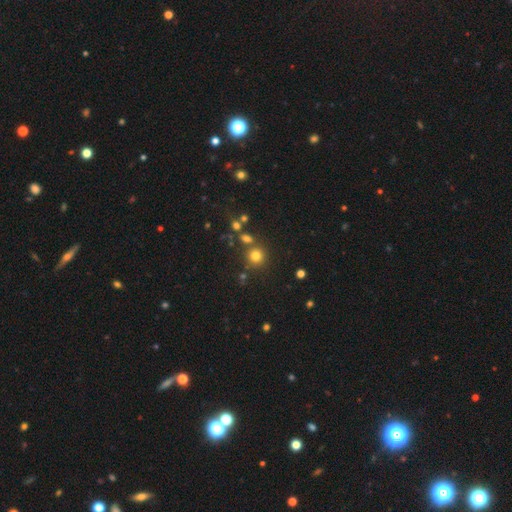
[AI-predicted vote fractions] Smooth or featured? smooth (76%)
How rounded? round (92%)
Merging? none (77%)